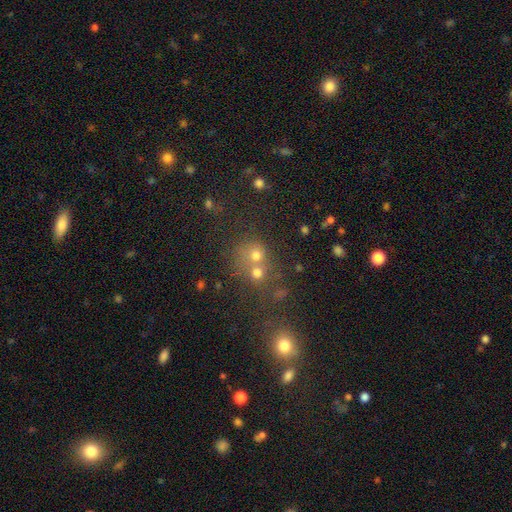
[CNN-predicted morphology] Overall: smooth (55%; star or artifact 34%). How rounded: round (84%). Merging: none (53%; merger 35%).